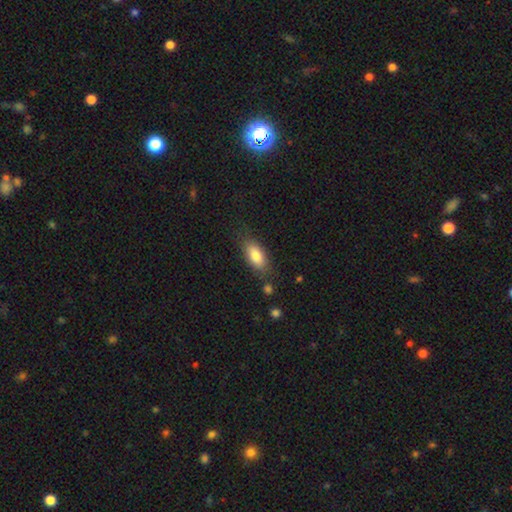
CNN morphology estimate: The model was most divided on "merging": none: 76%, minor disturbance: 16%, major disturbance: 5%, merger: 3%. More confident: how rounded — in between (85%); smooth or featured — smooth (81%).